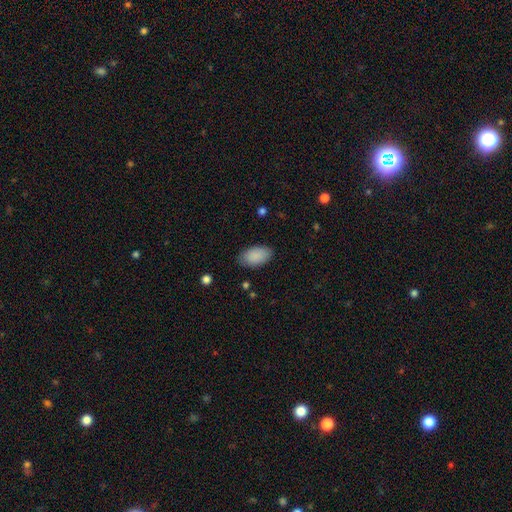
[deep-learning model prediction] Smooth or featured? smooth (90%)
How rounded? in between (95%)
Merging? none (84%)